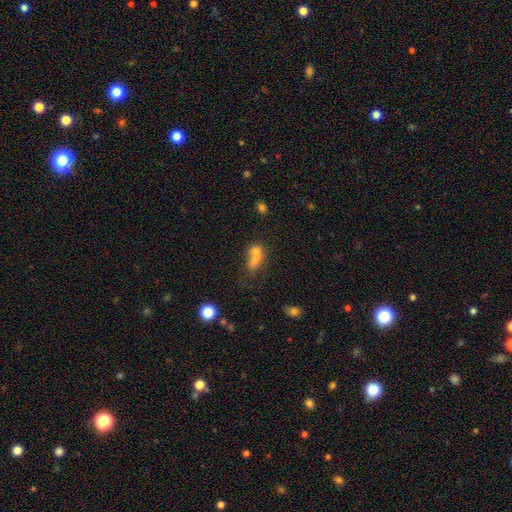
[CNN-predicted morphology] This is likely a smooth galaxy (67%). How rounded: possibly in between (53%). Merging: likely merger (62%).